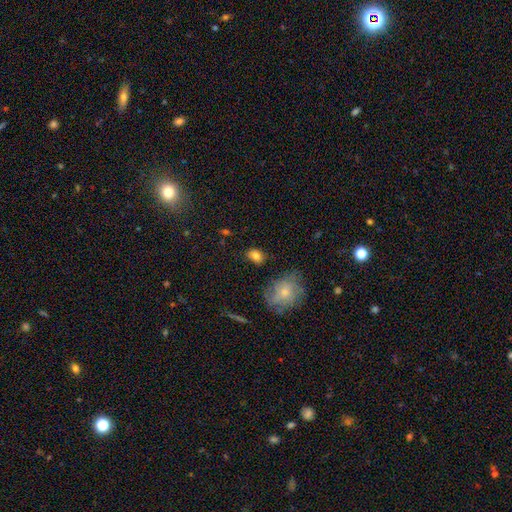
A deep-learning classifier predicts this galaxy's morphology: Q: Smooth or featured?
A: smooth (80%); runner-up: star or artifact (11%)
Q: How rounded?
A: in between (65%); runner-up: round (33%)
Q: Merging?
A: none (76%); runner-up: minor disturbance (17%)